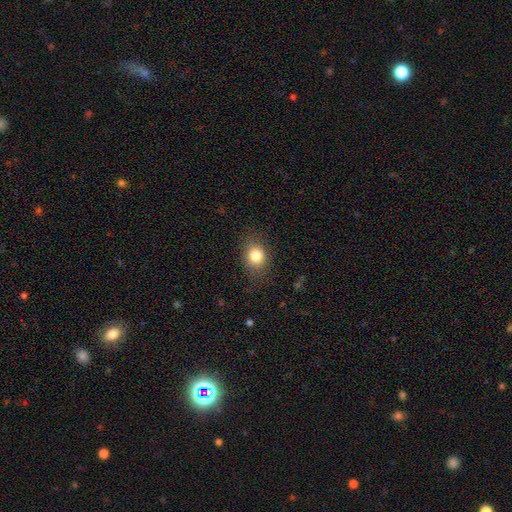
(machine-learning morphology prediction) Smooth or featured: smooth — 80% (star or artifact — 11%)
How rounded: round — 53% (in between — 46%)
Merging: none — 78% (minor disturbance — 15%)